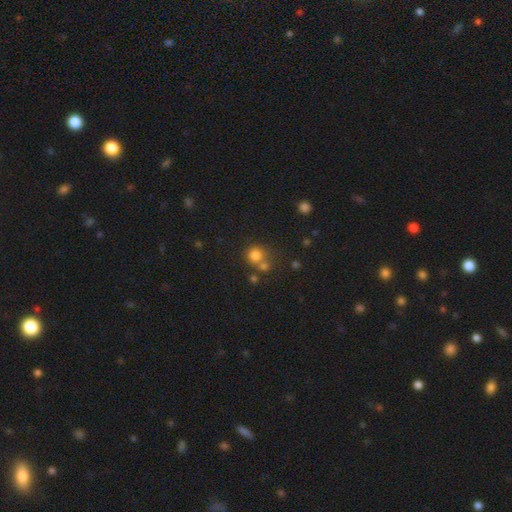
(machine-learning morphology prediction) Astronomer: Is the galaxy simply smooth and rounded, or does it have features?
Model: smooth — 77%.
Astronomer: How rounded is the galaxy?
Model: round — 88%.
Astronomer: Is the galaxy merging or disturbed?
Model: none — 56%.